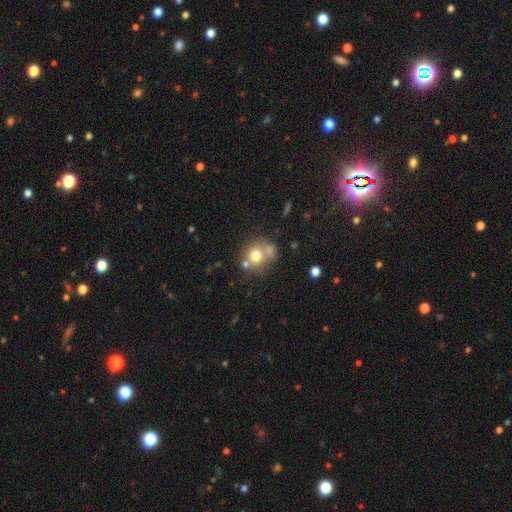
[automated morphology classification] Smooth or featured?
  - smooth: 70% *
  - featured or disk: 18%
  - star or artifact: 12%
How rounded?
  - round: 78% *
  - in between: 21%
  - cigar-shaped: 1%
Merging?
  - none: 45% *
  - merger: 31%
  - minor disturbance: 15%
  - major disturbance: 8%